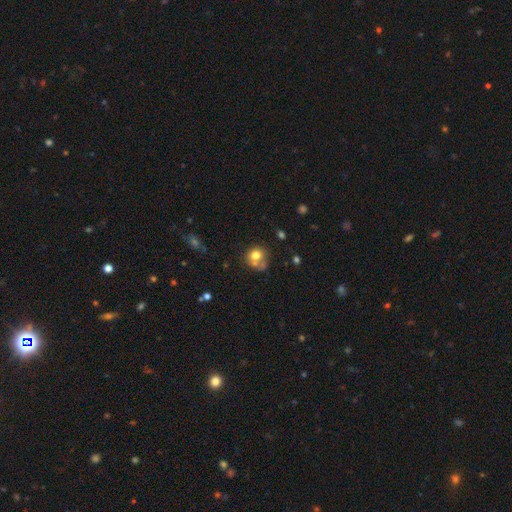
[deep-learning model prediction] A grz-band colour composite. It shows a smooth galaxy with no disk features (72%) that is round (75%). Merging: none (41%).